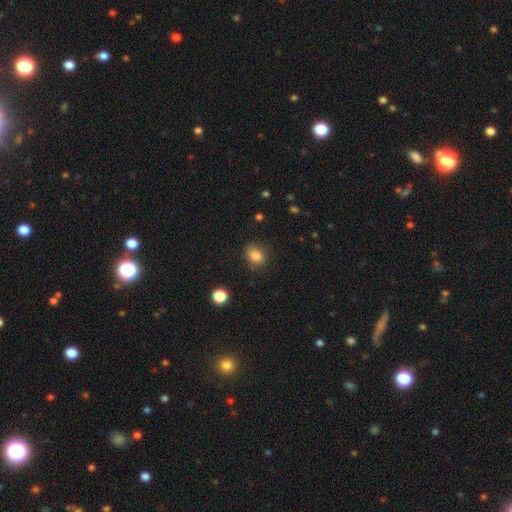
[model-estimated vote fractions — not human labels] Overall: smooth (84%). How rounded: round (50%; in between 49%). Merging: none (82%).